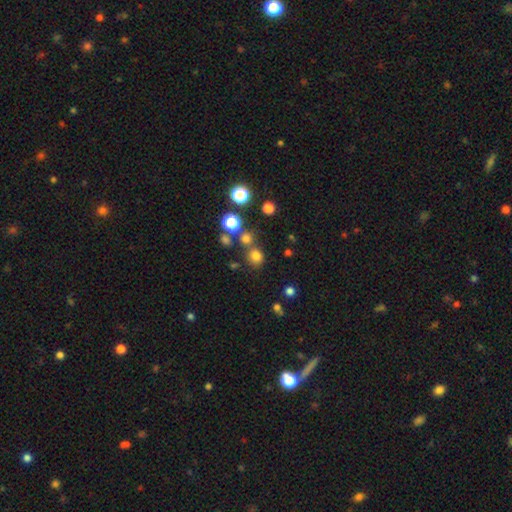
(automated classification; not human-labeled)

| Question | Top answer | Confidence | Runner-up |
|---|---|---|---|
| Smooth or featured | smooth | 74% | star or artifact (20%) |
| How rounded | round | 85% | in between (14%) |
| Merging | none | 71% | merger (16%) |